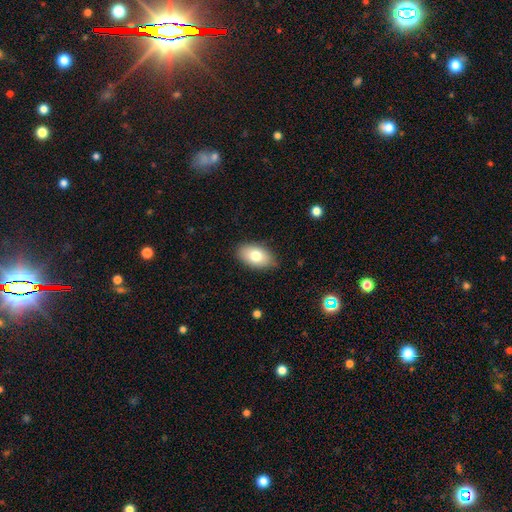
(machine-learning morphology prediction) Overall: smooth (78%). How rounded: in between (92%). Merging: none (83%).